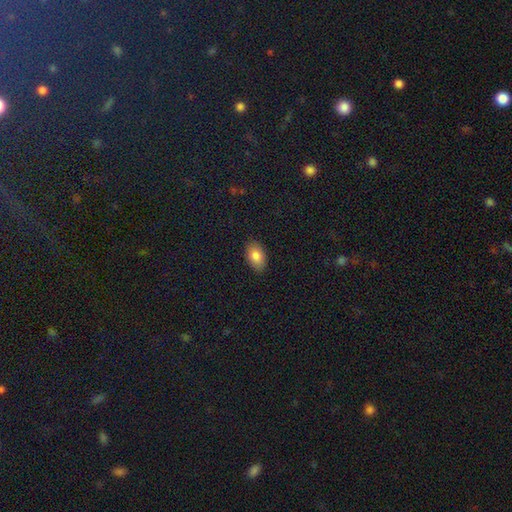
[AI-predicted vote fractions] smooth 84%, featured or disk 9%, star or artifact 8%. Down the decision tree: how rounded — in between (92%); merging — none (87%).